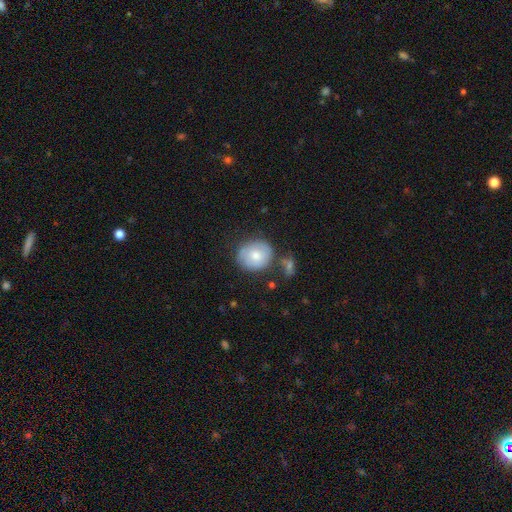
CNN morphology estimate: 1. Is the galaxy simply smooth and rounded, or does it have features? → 69% smooth, 25% featured or disk, 7% star or artifact.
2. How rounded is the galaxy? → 78% round, 21% in between, 1% cigar-shaped.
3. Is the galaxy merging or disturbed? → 67% none, 19% minor disturbance, 8% merger, 5% major disturbance.